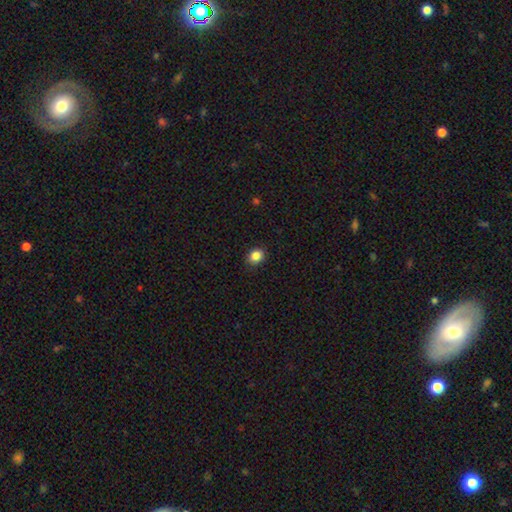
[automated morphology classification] Smooth or featured?
  - smooth: 85% *
  - star or artifact: 10%
  - featured or disk: 5%
How rounded?
  - round: 53% *
  - in between: 46%
  - cigar-shaped: 1%
Merging?
  - none: 89% *
  - minor disturbance: 8%
  - major disturbance: 2%
  - merger: 1%